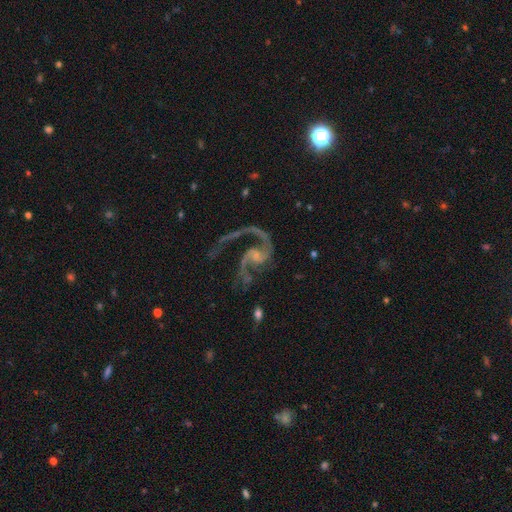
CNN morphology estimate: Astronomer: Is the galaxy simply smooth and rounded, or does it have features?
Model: featured or disk — 92%.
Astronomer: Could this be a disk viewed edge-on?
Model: no — 98%.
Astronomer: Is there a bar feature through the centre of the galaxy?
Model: no — 47% (runner-up: weak, 39%).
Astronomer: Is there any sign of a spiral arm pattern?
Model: yes — 98%.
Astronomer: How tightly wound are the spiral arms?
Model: medium — 51% (runner-up: loose, 39%).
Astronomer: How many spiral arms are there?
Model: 2 — 86%.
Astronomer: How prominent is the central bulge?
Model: small — 52%.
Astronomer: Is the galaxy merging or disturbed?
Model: none — 54%.